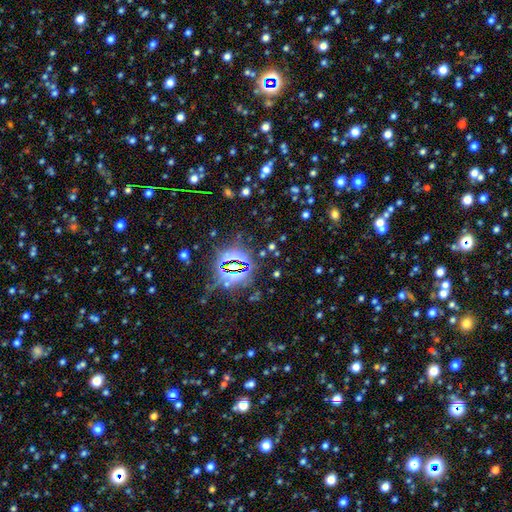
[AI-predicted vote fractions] Smooth or featured: star or artifact — 80% (smooth — 12%)